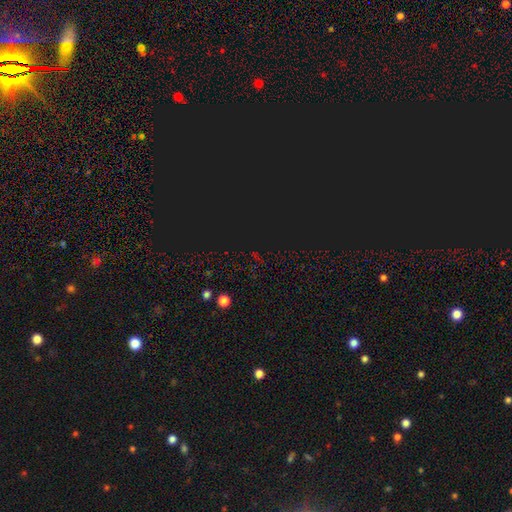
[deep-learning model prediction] The model was most divided on "smooth or featured": star or artifact: 73%, smooth: 20%, featured or disk: 7%.